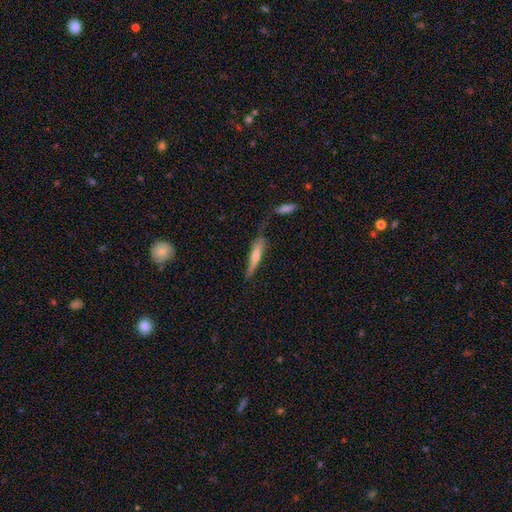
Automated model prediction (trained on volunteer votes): This is possibly a smooth galaxy (52%). How rounded: clearly cigar-shaped (86%). Merging: possibly none (48%).